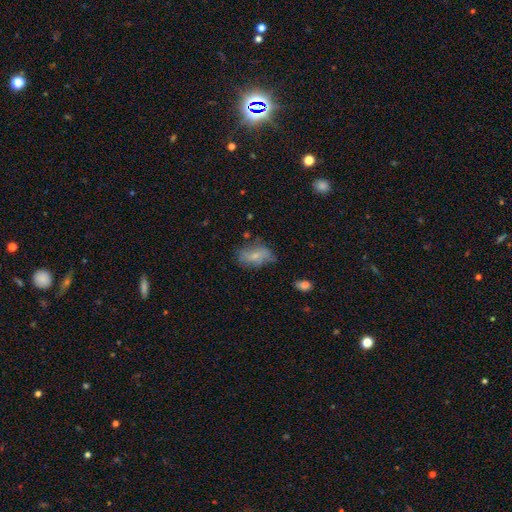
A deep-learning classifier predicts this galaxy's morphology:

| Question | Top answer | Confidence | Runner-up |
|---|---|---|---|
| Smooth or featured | smooth | 64% | featured or disk (27%) |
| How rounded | in between | 88% | round (7%) |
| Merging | none | 57% | minor disturbance (28%) |